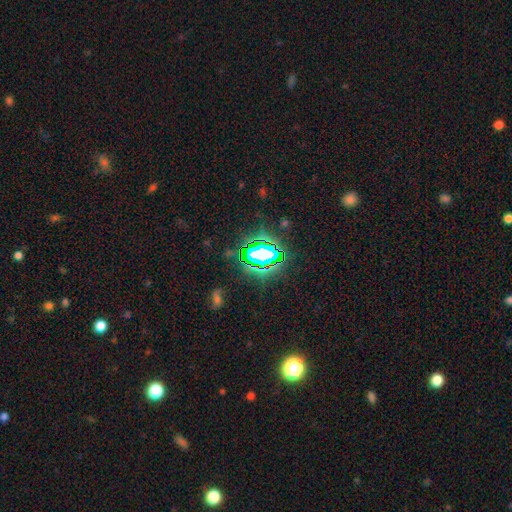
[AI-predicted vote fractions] A star or artifact, not a galaxy (75%).

Vote fractions:
- Smooth or featured? star or artifact: 75% / smooth: 16% / featured or disk: 9%